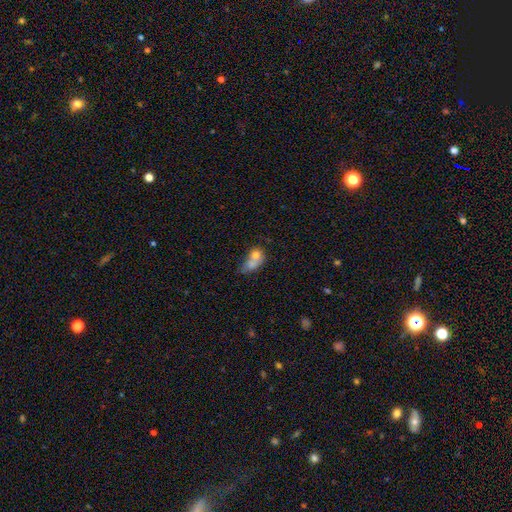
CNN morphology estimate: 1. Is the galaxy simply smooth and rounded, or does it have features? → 70% smooth, 20% featured or disk, 10% star or artifact.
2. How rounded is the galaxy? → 62% in between, 34% round, 4% cigar-shaped.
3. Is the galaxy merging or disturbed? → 62% merger, 17% none, 11% minor disturbance, 10% major disturbance.